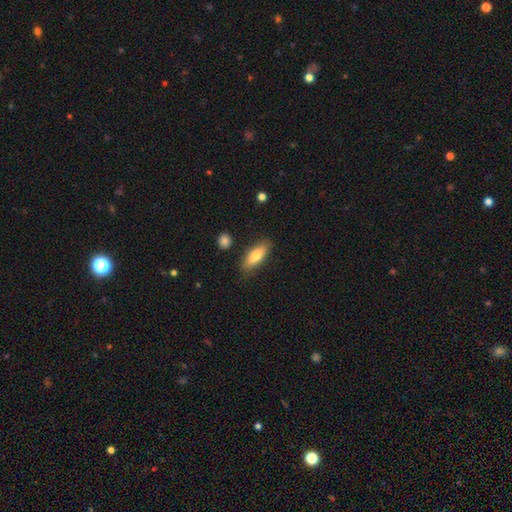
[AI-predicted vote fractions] This appears to be a smooth galaxy with no disk features (79%) that is in between round and cigar-shaped (66%). Merging: none (82%).